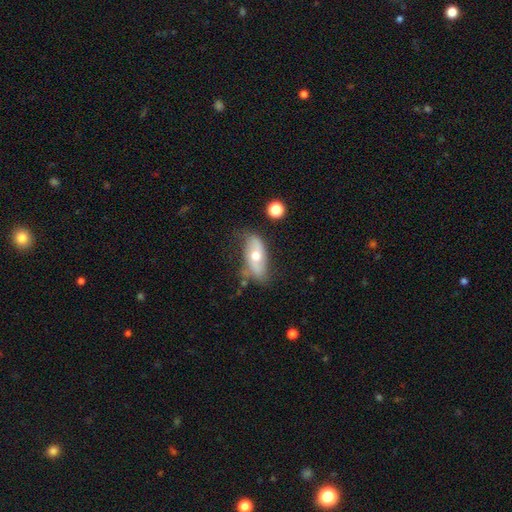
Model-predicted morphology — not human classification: featured or disk 50%, smooth 43%, star or artifact 7%. Down the decision tree: edge-on disk — no (80%); merging — none (60%).